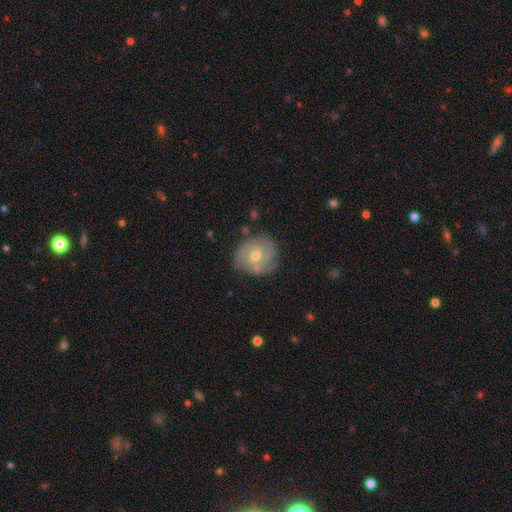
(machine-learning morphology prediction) Smooth or featured? featured or disk (76%)
Edge-on disk? no (97%)
Bar? no (60%)
Spiral arms? yes (89%)
Spiral winding? tight (57%)
Spiral arm count? 3 (32%)
Bulge size? moderate (71%)
Merging? none (74%)